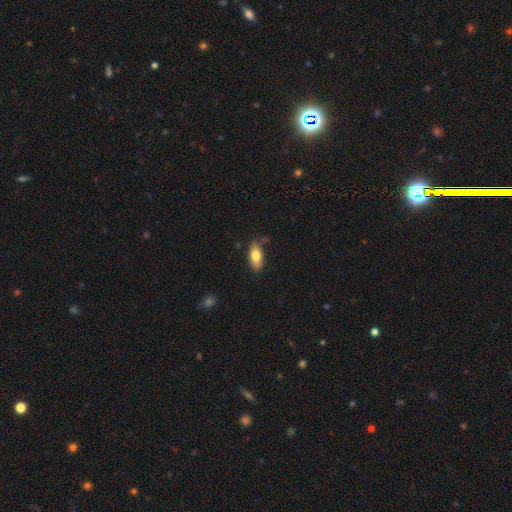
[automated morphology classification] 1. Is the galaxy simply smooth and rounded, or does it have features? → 78% smooth, 15% featured or disk, 7% star or artifact.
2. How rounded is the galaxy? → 86% in between, 12% cigar-shaped, 3% round.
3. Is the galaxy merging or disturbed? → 74% none, 19% minor disturbance, 4% merger, 3% major disturbance.